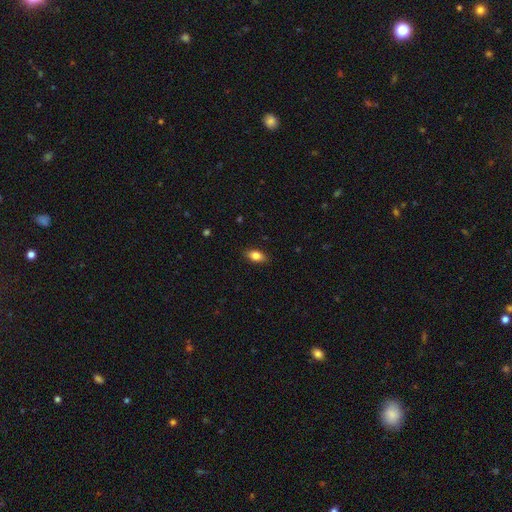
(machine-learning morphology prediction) Smooth or featured?
  - smooth: 84% *
  - featured or disk: 8%
  - star or artifact: 8%
How rounded?
  - in between: 89% *
  - round: 6%
  - cigar-shaped: 5%
Merging?
  - none: 88% *
  - minor disturbance: 9%
  - major disturbance: 2%
  - merger: 1%